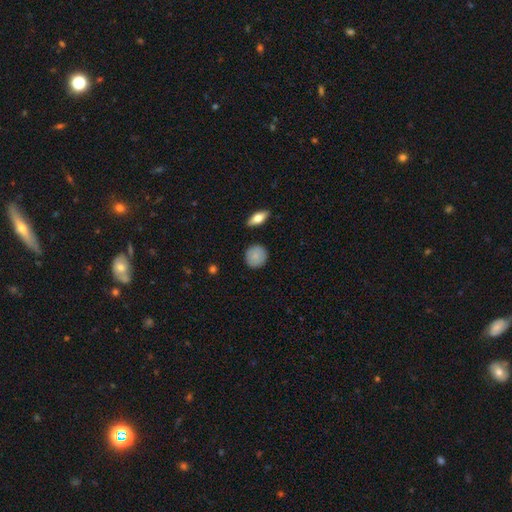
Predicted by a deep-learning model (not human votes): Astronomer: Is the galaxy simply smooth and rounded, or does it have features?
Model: smooth — 84%.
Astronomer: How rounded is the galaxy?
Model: round — 89%.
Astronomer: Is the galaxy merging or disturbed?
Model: none — 87%.